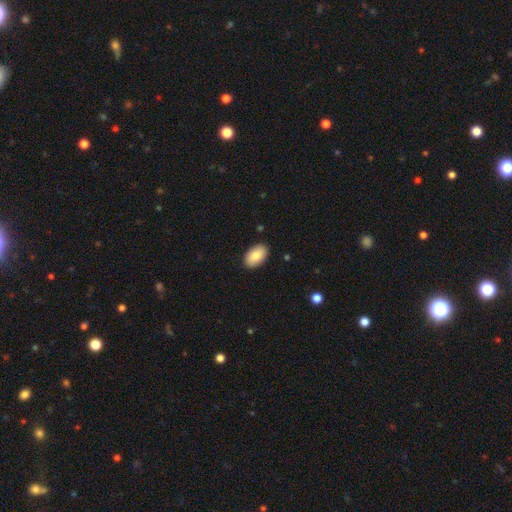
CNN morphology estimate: smooth_or_featured: smooth (p=0.83) [alt: featured or disk p=0.10]
how_rounded: in between (p=0.94) [alt: round p=0.05]
merging: none (p=0.89) [alt: minor disturbance p=0.09]